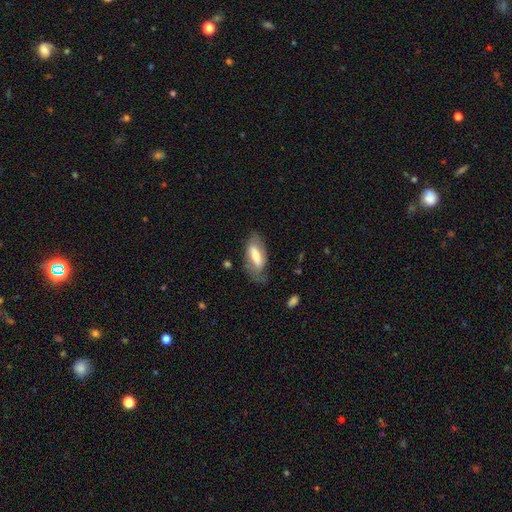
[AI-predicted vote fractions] Morphology: type=smooth (52%); roundness=in between (77%); merging=none (64%).